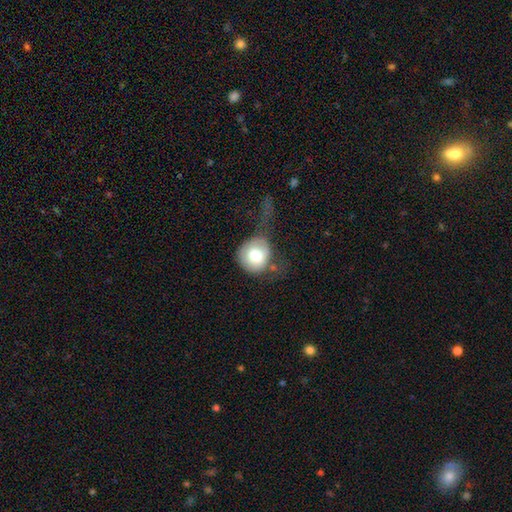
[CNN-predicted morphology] smooth-or-featured: smooth: 73% | featured or disk: 19% | star or artifact: 8%
  how-rounded: round: 87% | in between: 12% | cigar-shaped: 1%
  merging: major disturbance: 37% | none: 33% | minor disturbance: 24% | merger: 6%